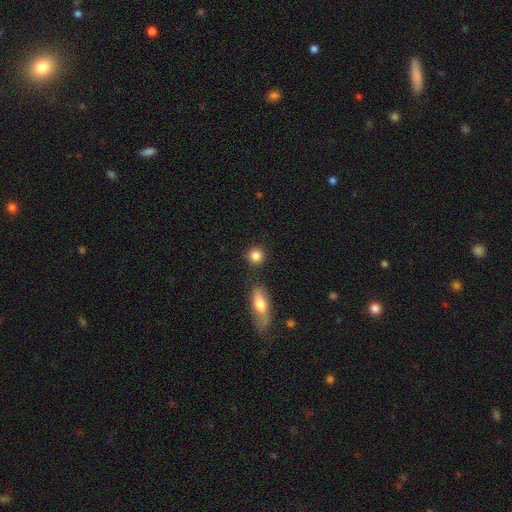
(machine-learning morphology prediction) Smooth or featured: smooth — 86% (star or artifact — 8%)
How rounded: round — 86% (in between — 12%)
Merging: none — 83% (minor disturbance — 8%)